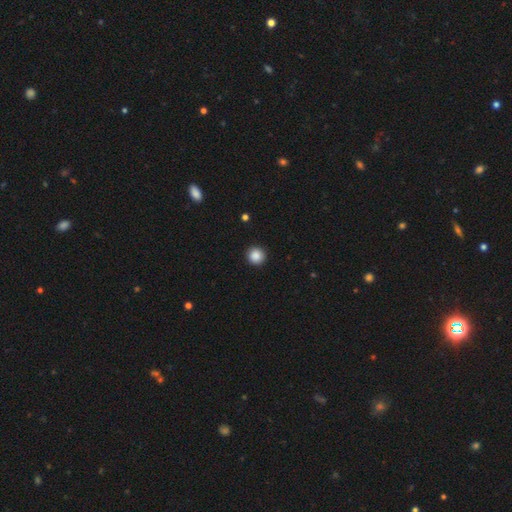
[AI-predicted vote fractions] A smooth galaxy with no disk features (88%) that is round (95%).

Vote fractions:
- Smooth or featured? smooth: 88% / star or artifact: 10% / featured or disk: 3%
- How rounded? round: 95% / in between: 4% / cigar-shaped: 1%
- Merging? none: 93% / minor disturbance: 4% / major disturbance: 2% / merger: 1%